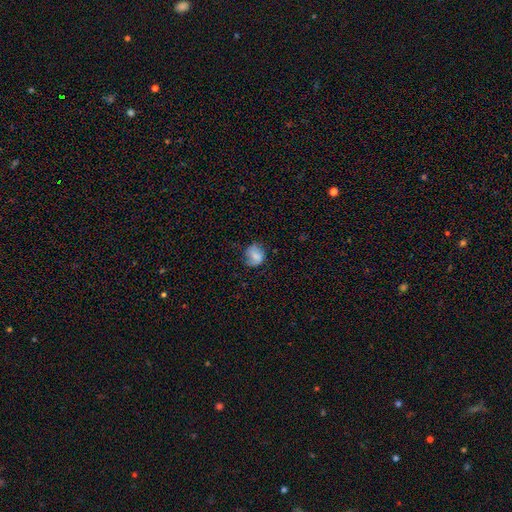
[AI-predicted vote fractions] Smooth or featured: smooth — 67% (featured or disk — 24%)
How rounded: round — 69% (in between — 30%)
Merging: none — 60% (minor disturbance — 27%)